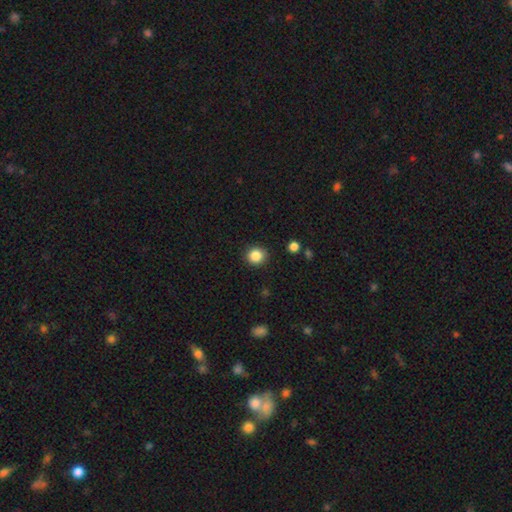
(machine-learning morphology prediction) Q: Smooth or featured?
A: smooth (86%); runner-up: star or artifact (10%)
Q: How rounded?
A: round (88%); runner-up: in between (11%)
Q: Merging?
A: none (90%); runner-up: minor disturbance (7%)